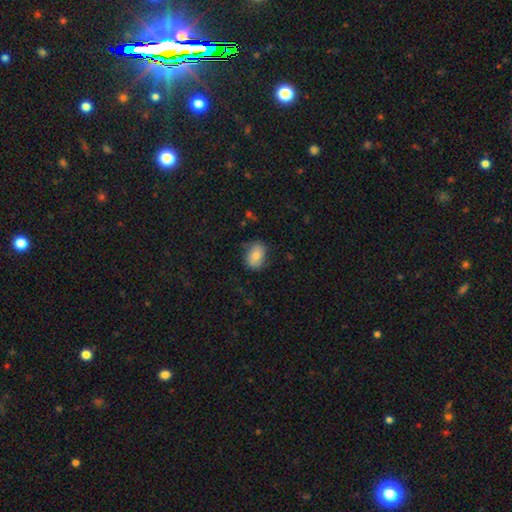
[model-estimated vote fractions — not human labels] The model was most divided on "merging": none: 72%, minor disturbance: 21%, major disturbance: 6%, merger: 1%. More confident: smooth or featured — smooth (79%); how rounded — in between (78%).